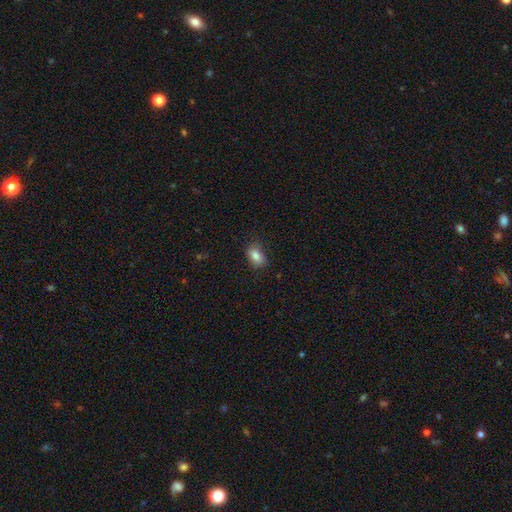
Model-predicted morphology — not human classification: smooth-or-featured: smooth: 84% | star or artifact: 9% | featured or disk: 7%
  how-rounded: in between: 85% | round: 13% | cigar-shaped: 2%
  merging: none: 79% | minor disturbance: 17% | major disturbance: 4% | merger: 1%